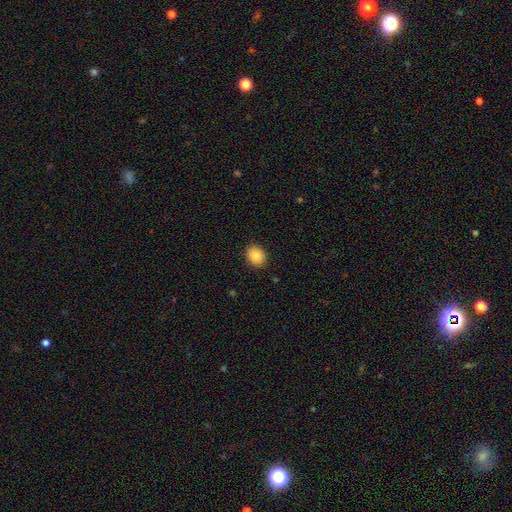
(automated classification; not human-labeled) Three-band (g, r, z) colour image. It shows a smooth galaxy with no disk features (86%) that is round (61%). Merging: none (90%).